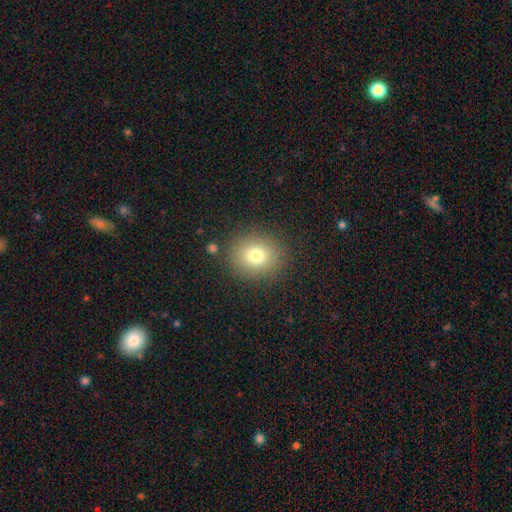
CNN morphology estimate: smooth-or-featured: smooth: 77% | star or artifact: 13% | featured or disk: 10%
  how-rounded: round: 75% | in between: 24% | cigar-shaped: 1%
  merging: none: 87% | minor disturbance: 8% | major disturbance: 3% | merger: 2%